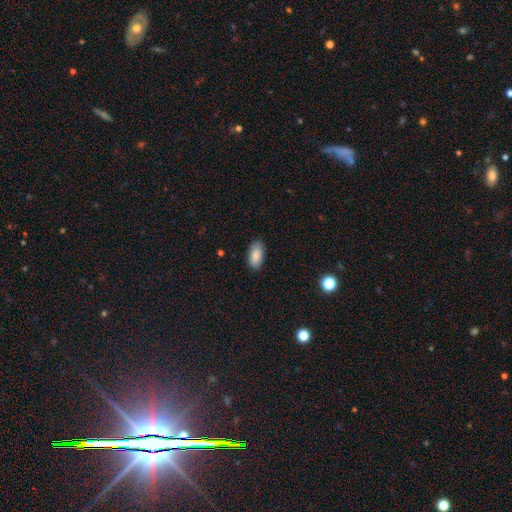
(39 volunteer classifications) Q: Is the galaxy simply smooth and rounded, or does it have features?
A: smooth — 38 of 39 (97%).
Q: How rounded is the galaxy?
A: in between — 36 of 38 (95%).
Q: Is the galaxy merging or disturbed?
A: none — 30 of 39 (77%).